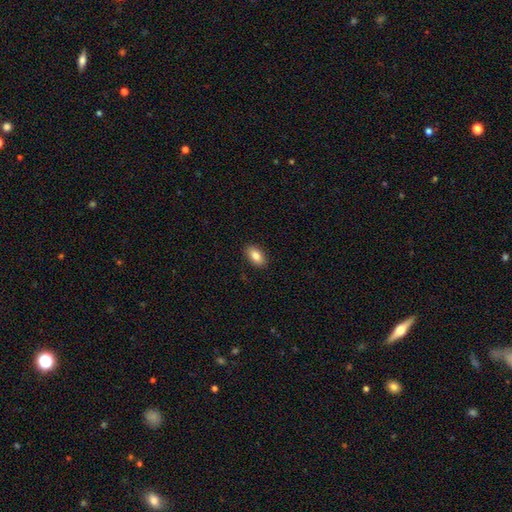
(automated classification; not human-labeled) This appears to be a smooth galaxy with no disk features (84%) that is in between round and cigar-shaped (92%). Merging: none (89%).